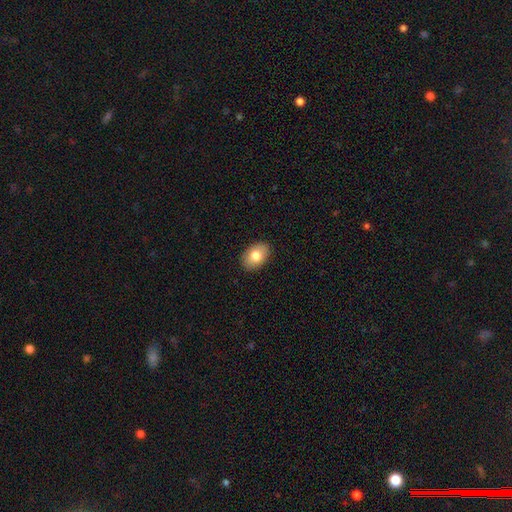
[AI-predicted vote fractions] Smooth or featured: smooth — 81% (featured or disk — 12%)
How rounded: in between — 84% (round — 15%)
Merging: none — 89% (minor disturbance — 8%)